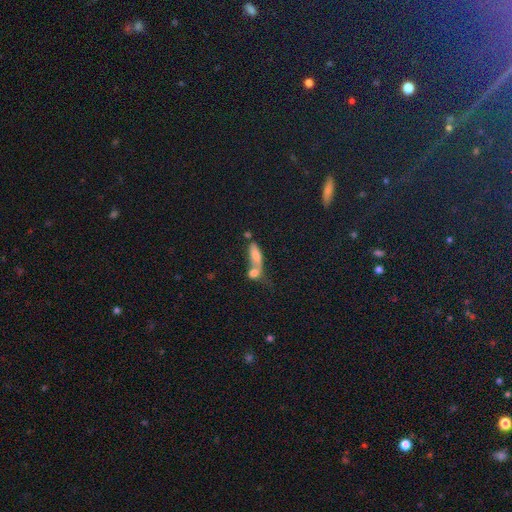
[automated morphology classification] This appears to be a smooth galaxy with no disk features (66%) that is in between round and cigar-shaped (65%). Merging: merger (62%).